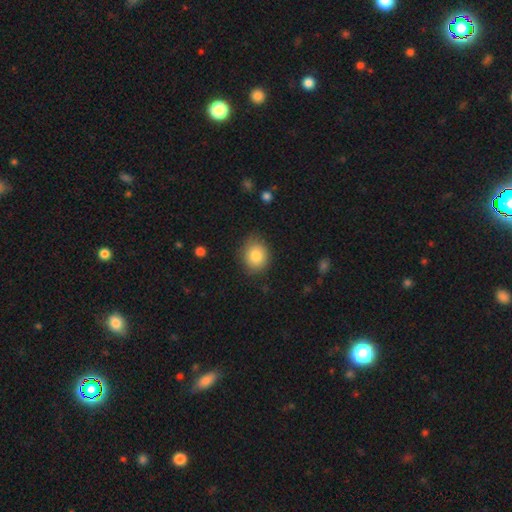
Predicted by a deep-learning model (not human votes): smooth 84%, featured or disk 8%, star or artifact 8%. Down the decision tree: how rounded — round (61%); merging — none (78%).